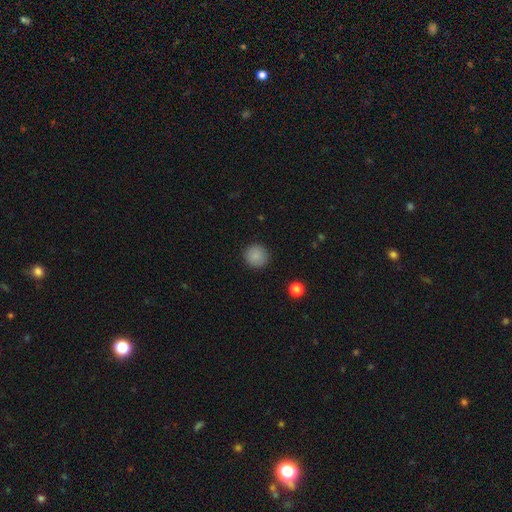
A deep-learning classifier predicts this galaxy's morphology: smooth 87%, star or artifact 9%, featured or disk 4%. Down the decision tree: how rounded — round (94%); merging — none (91%).